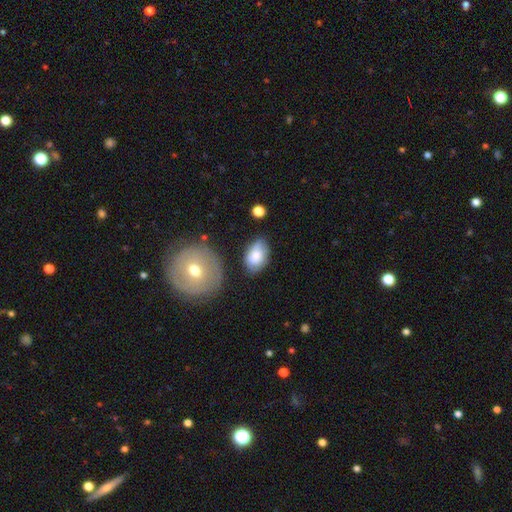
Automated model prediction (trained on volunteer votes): smooth_or_featured: smooth (p=0.75) [alt: featured or disk p=0.18]
how_rounded: in between (p=0.90) [alt: round p=0.09]
merging: none (p=0.66) [alt: minor disturbance p=0.23]